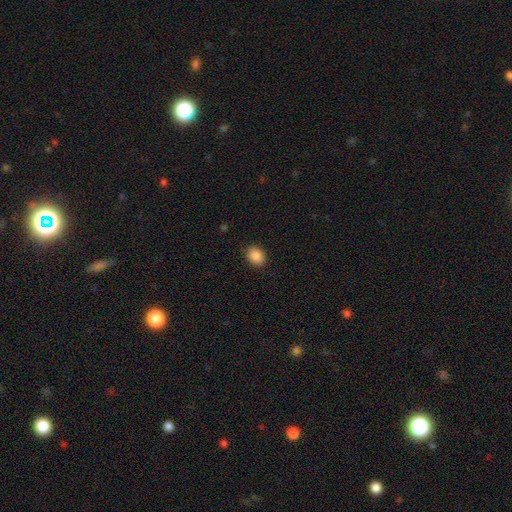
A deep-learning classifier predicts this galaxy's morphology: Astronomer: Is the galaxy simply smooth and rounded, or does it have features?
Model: smooth — 88%.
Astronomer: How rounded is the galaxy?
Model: in between — 56% (runner-up: round, 43%).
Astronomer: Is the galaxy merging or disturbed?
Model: none — 89%.